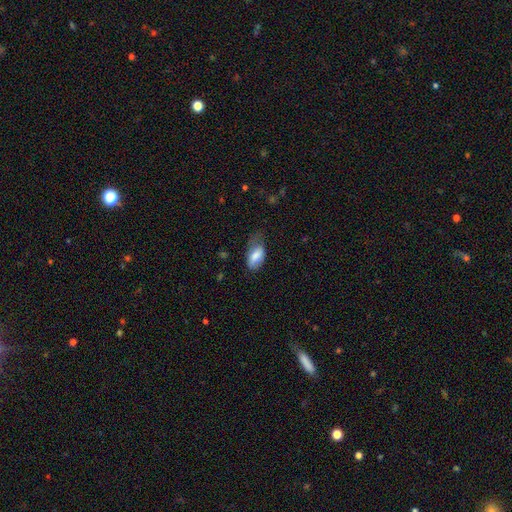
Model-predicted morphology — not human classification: This appears to be a smooth galaxy with no disk features (77%) that is in between round and cigar-shaped (92%). Merging: none (40%).